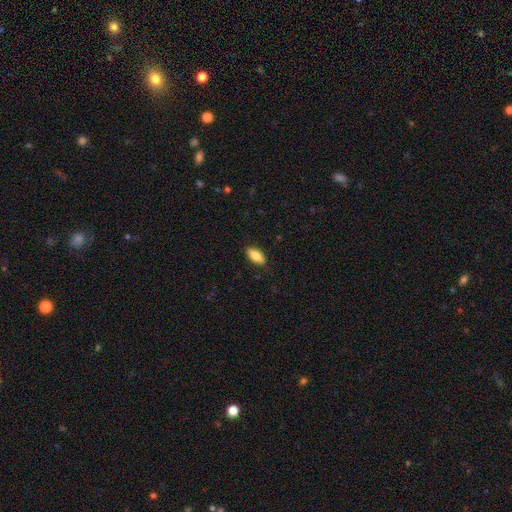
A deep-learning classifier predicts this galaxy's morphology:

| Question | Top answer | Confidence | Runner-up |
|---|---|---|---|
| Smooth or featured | smooth | 83% | featured or disk (10%) |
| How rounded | in between | 88% | cigar-shaped (9%) |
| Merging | none | 86% | minor disturbance (11%) |